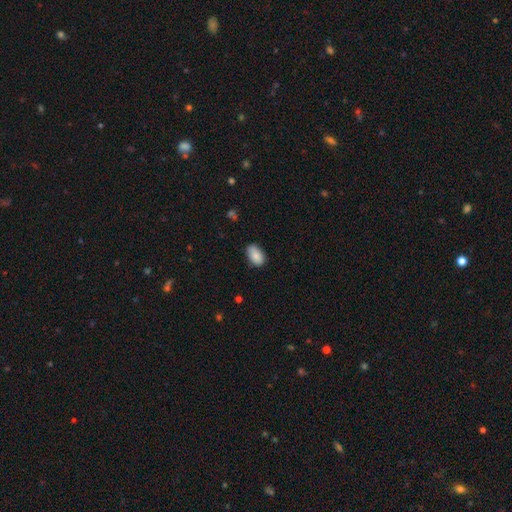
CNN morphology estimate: The model was most divided on "merging": none: 75%, minor disturbance: 20%, major disturbance: 3%, merger: 1%. More confident: how rounded — in between (92%); smooth or featured — smooth (87%).